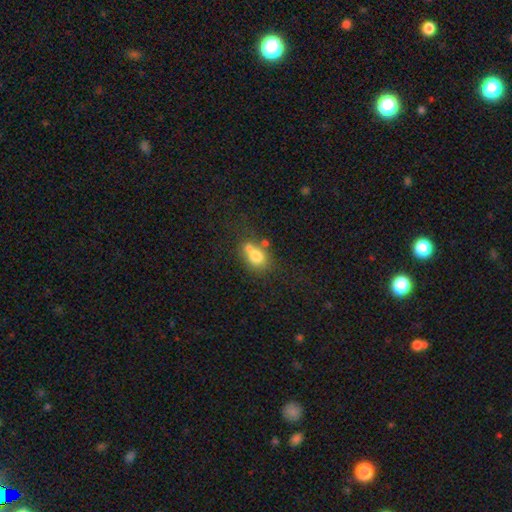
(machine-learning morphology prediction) smooth 73%, featured or disk 16%, star or artifact 11%. Down the decision tree: how rounded — round (57%); merging — merger (44%).